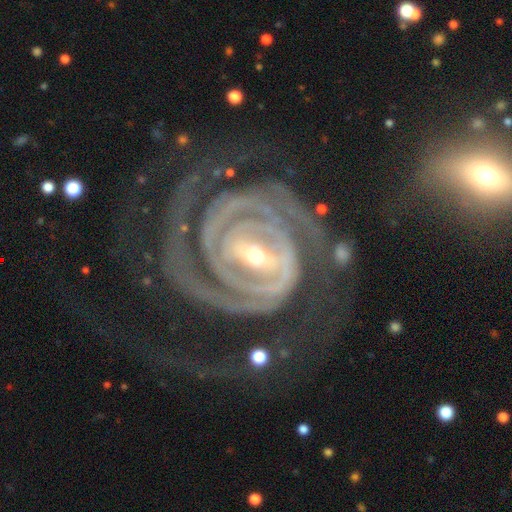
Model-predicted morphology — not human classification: This is clearly a featured or disk galaxy (93%). It is clearly not viewed edge-on (97%). Bar: likely strong (61%). Spiral arm pattern: clearly yes (98%). Spiral arm count: possibly 2 (57%). Spiral winding: clearly tight (81%). Central bulge: likely small (60%). Merging: possibly none (59%).